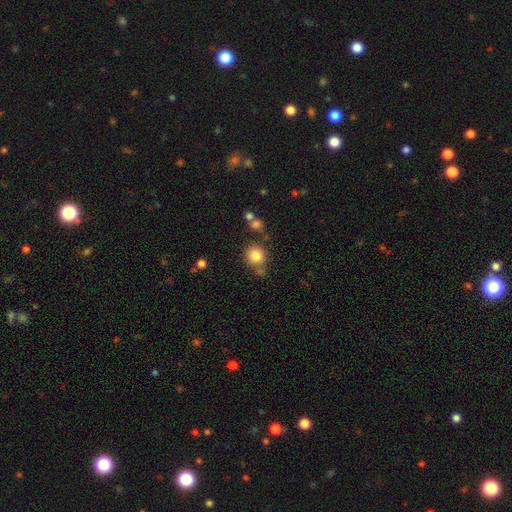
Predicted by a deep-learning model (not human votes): This is clearly a smooth galaxy (83%). How rounded: clearly round (87%). Merging: likely none (67%).